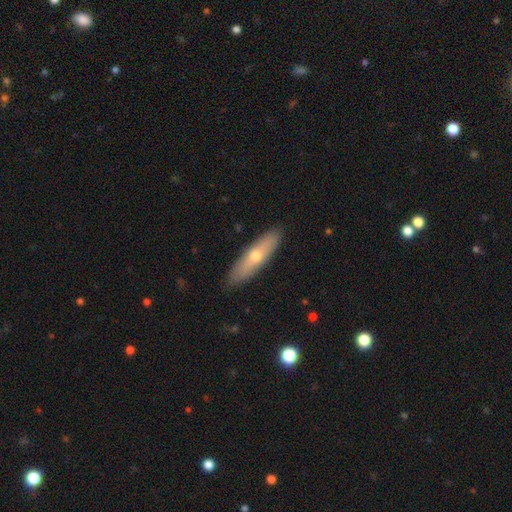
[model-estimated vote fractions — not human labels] This appears to be a smooth galaxy with no disk features (54%) that is cigar-shaped (69%). Merging: none (88%).